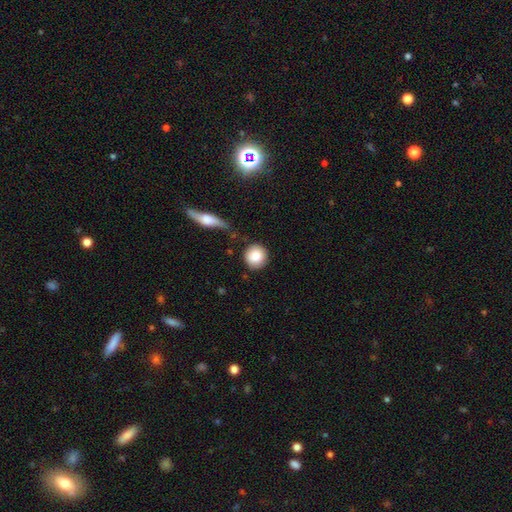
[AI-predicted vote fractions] Q: Smooth or featured?
A: smooth (84%); runner-up: featured or disk (9%)
Q: How rounded?
A: round (93%); runner-up: in between (6%)
Q: Merging?
A: none (82%); runner-up: minor disturbance (10%)